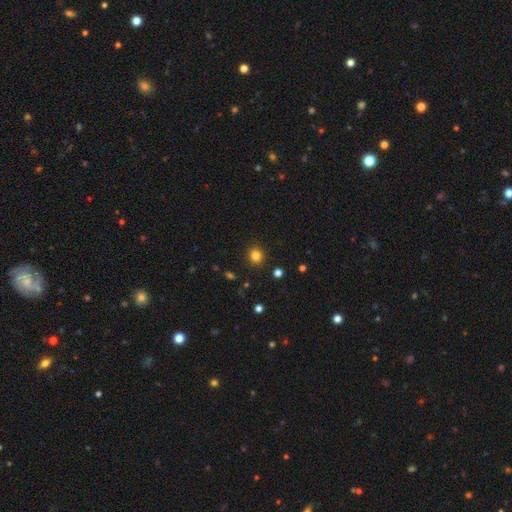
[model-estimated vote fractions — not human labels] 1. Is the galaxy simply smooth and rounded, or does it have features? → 82% smooth, 13% star or artifact, 5% featured or disk.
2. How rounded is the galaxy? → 83% round, 16% in between, 1% cigar-shaped.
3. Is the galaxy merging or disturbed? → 90% none, 6% minor disturbance, 2% major disturbance, 2% merger.